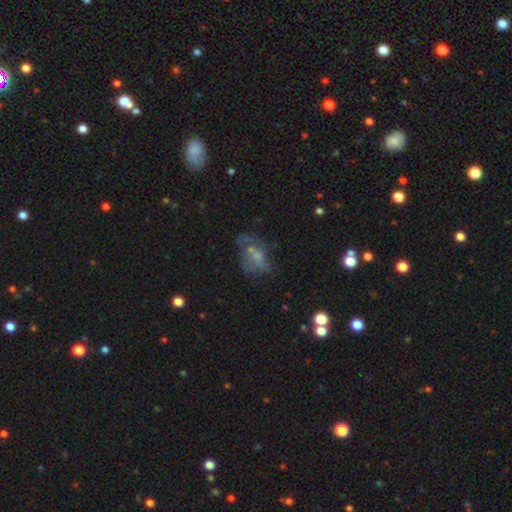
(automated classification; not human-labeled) A featured or disk galaxy (46%).

Vote fractions:
- Smooth or featured? featured or disk: 46% / smooth: 36% / star or artifact: 18%
- Merging? none: 35% / major disturbance: 30% / minor disturbance: 20% / merger: 14%